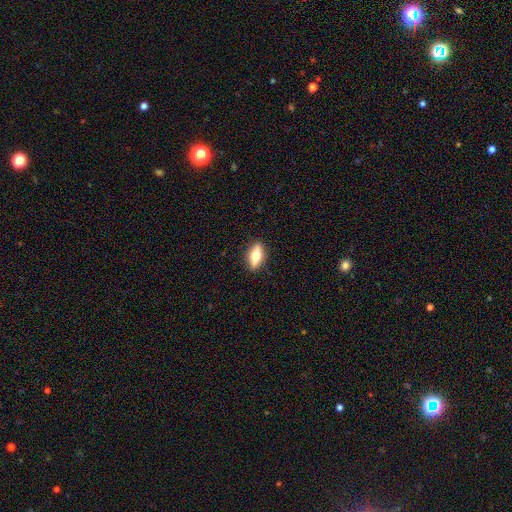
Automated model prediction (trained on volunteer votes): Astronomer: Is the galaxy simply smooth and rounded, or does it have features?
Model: smooth — 50% (runner-up: featured or disk, 43%).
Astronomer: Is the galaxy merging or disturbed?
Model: none — 89%.